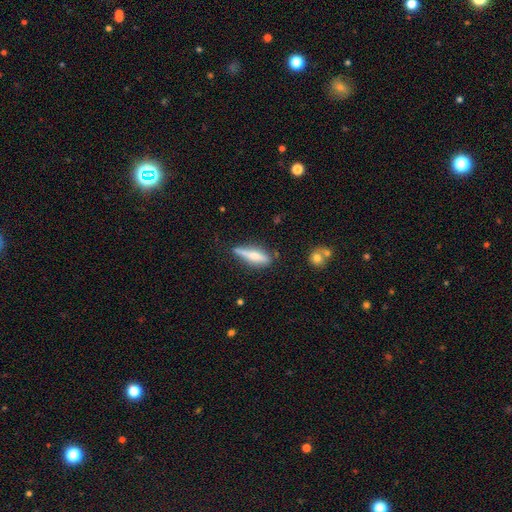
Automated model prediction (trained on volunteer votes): smooth_or_featured: featured or disk (p=0.47) [alt: smooth p=0.46]
merging: none (p=0.74) [alt: minor disturbance p=0.18]